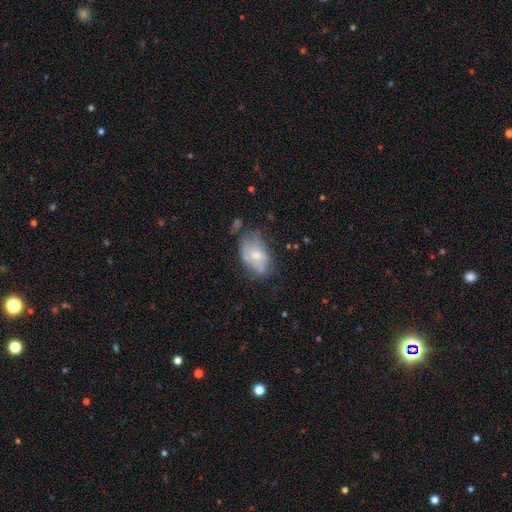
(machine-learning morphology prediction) Q: Smooth or featured?
A: smooth (50%); runner-up: featured or disk (42%)
Q: Merging?
A: none (43%); runner-up: minor disturbance (33%)